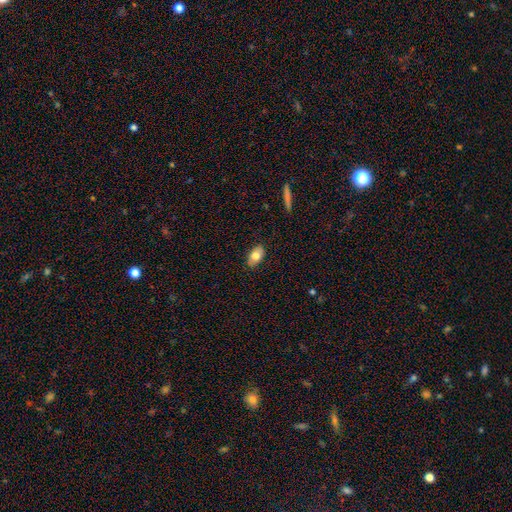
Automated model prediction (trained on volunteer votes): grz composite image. It shows a smooth galaxy with no disk features (77%) that is in between round and cigar-shaped (91%). Merging: none (85%).